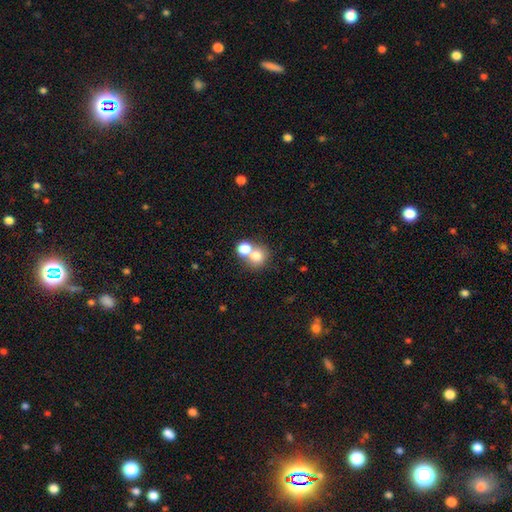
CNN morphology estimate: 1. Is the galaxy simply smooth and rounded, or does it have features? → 75% smooth, 13% star or artifact, 12% featured or disk.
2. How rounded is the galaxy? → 82% round, 17% in between, 1% cigar-shaped.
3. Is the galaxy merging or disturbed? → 48% merger, 42% none, 6% minor disturbance, 3% major disturbance.